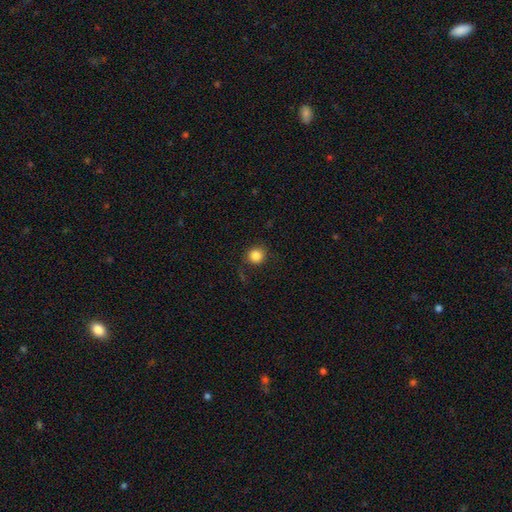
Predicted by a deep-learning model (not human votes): This is clearly a smooth galaxy (85%). How rounded: clearly round (91%). Merging: clearly none (84%).